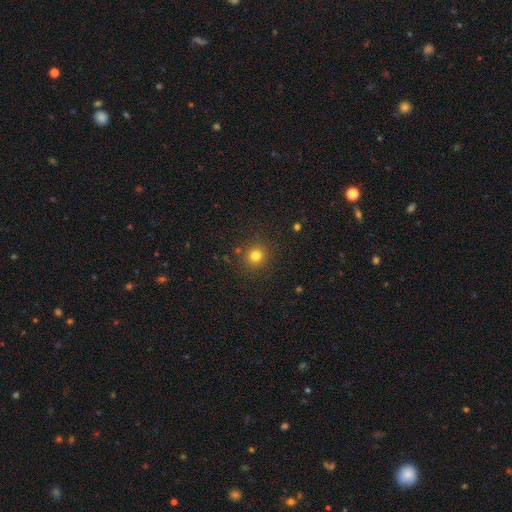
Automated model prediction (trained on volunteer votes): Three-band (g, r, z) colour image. It shows a smooth galaxy with no disk features (79%) that is round (90%). Merging: none (88%).